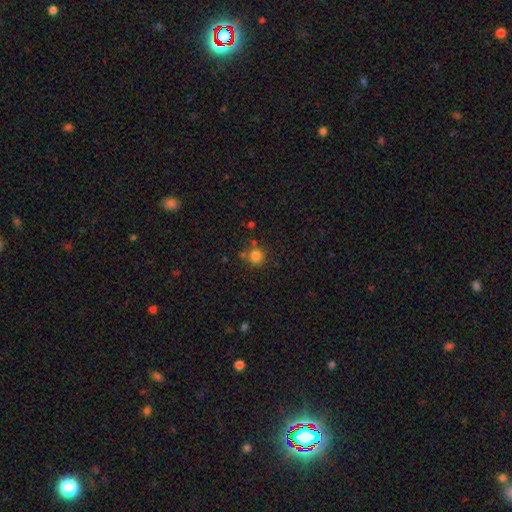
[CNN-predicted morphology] This is clearly a smooth galaxy (80%). How rounded: clearly round (89%). Merging: likely none (70%).